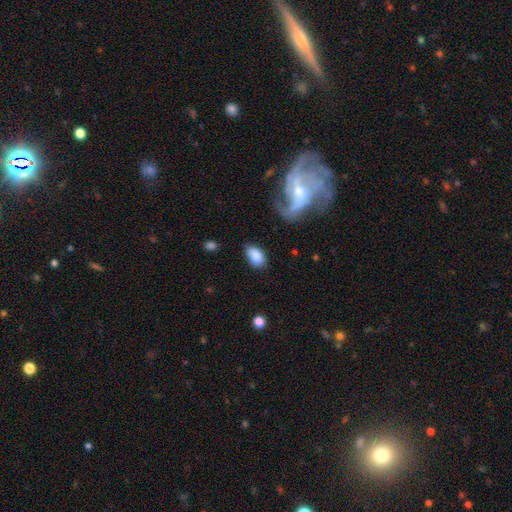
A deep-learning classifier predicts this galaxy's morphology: smooth 85%, featured or disk 8%, star or artifact 7%. Down the decision tree: how rounded — in between (92%); merging — none (68%).